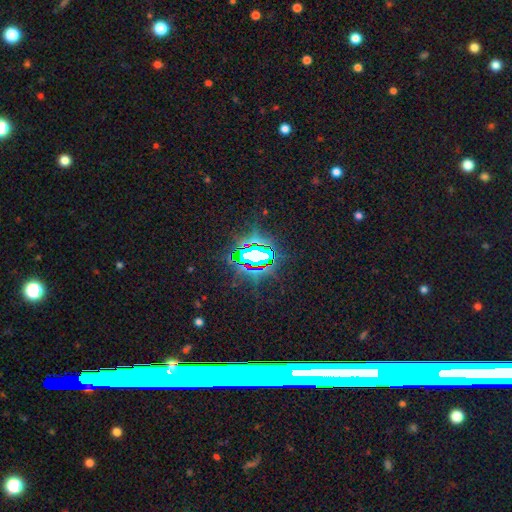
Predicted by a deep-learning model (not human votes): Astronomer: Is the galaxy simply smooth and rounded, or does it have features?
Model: star or artifact — 78%.